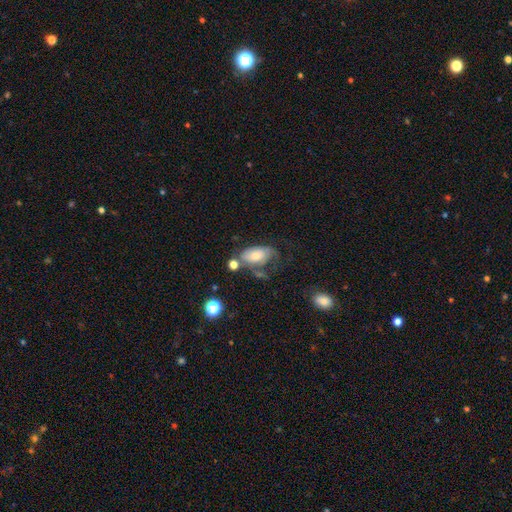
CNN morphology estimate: Smooth or featured? Predicted: smooth (p=0.58). How rounded? Predicted: in between (p=0.91). Merging? Predicted: major disturbance (p=0.30, tied with none).